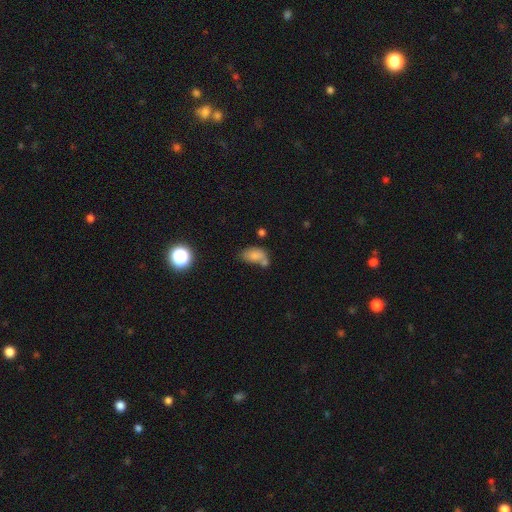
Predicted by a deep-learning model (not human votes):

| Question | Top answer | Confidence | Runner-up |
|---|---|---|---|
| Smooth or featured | smooth | 77% | star or artifact (12%) |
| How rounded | in between | 89% | round (9%) |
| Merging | none | 39% | merger (33%) |